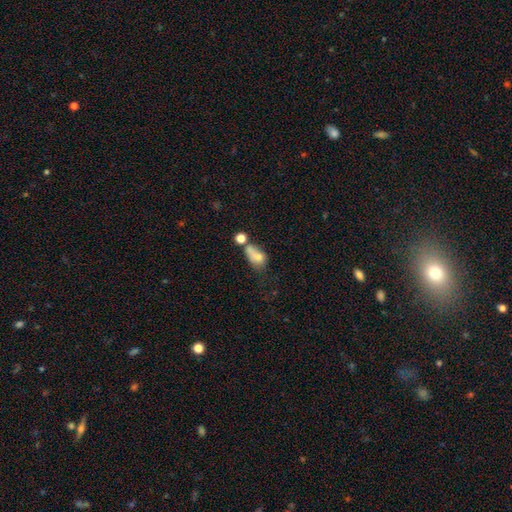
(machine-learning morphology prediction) Smooth or featured? Predicted: smooth (p=0.67). How rounded? Predicted: in between (p=0.72). Merging? Predicted: merger (p=0.40).